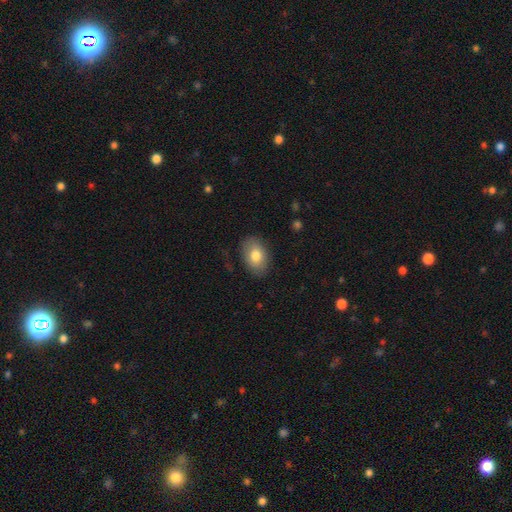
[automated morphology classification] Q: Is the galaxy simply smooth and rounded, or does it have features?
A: smooth — 78%.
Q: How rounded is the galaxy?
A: in between — 86%.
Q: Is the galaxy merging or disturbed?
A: none — 84%.